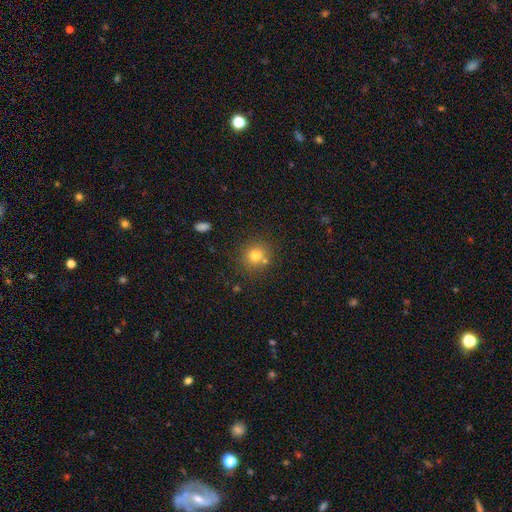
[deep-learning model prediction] Smooth or featured? Predicted: smooth (p=0.76). How rounded? Predicted: round (p=0.88). Merging? Predicted: none (p=0.73).